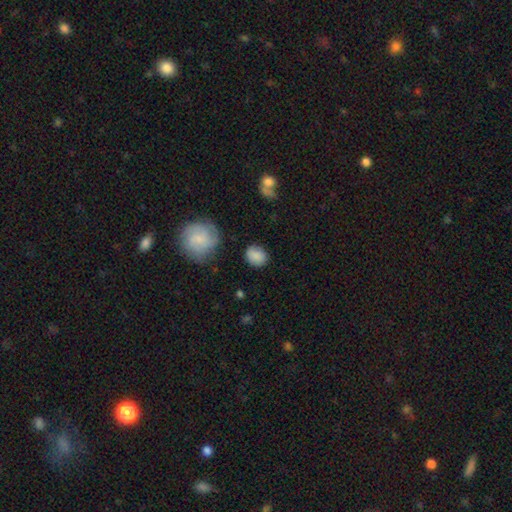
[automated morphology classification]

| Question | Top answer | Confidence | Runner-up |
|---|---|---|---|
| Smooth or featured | smooth | 85% | featured or disk (8%) |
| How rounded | round | 58% | in between (41%) |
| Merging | none | 79% | minor disturbance (14%) |